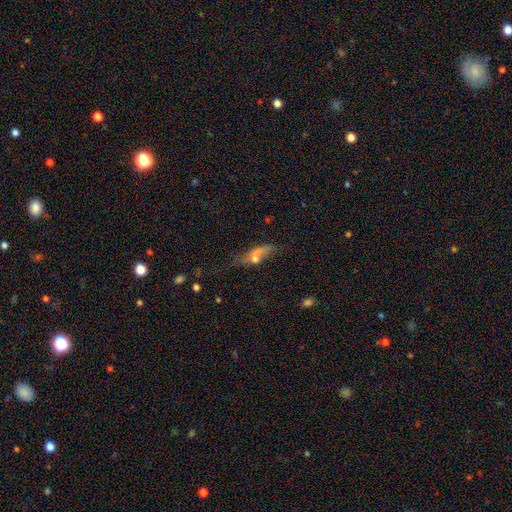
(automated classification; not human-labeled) Morphology: type=smooth (52%); roundness=in between (56%); merging=none (31%).